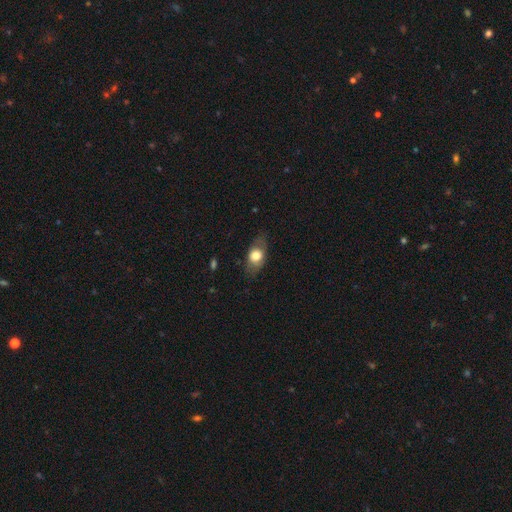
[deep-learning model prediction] Smooth or featured?
  - smooth: 65% *
  - featured or disk: 28%
  - star or artifact: 7%
How rounded?
  - in between: 79% *
  - round: 16%
  - cigar-shaped: 5%
Merging?
  - none: 76% *
  - minor disturbance: 17%
  - major disturbance: 6%
  - merger: 1%